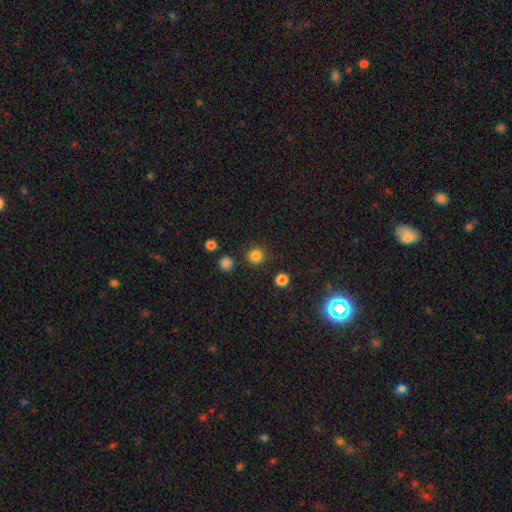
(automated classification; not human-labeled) Morphology: type=smooth (83%); roundness=round (92%); merging=none (87%).